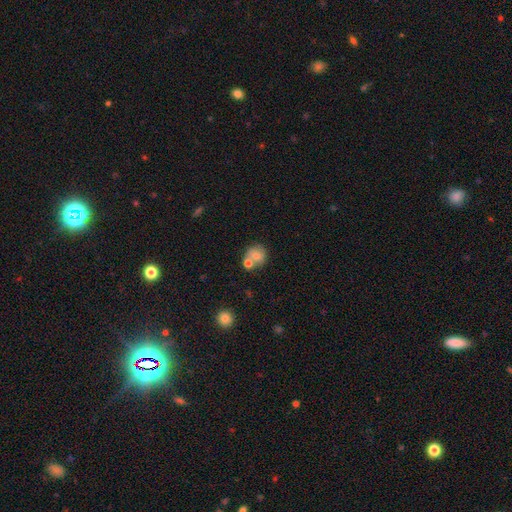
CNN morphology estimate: Smooth or featured? smooth (74%)
How rounded? round (81%)
Merging? none (50%)